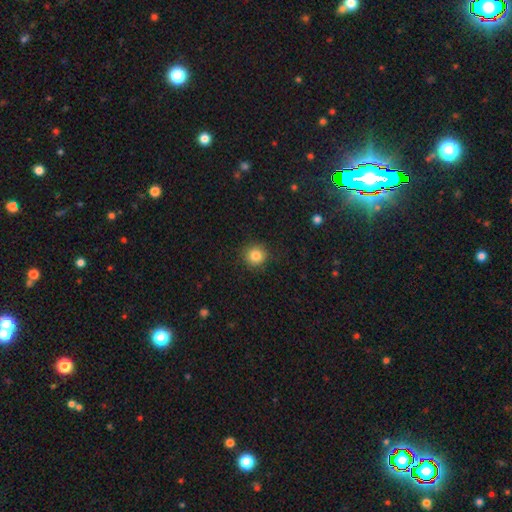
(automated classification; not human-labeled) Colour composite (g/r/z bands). It shows a smooth galaxy with no disk features (84%) that is round (94%). Merging: none (89%).